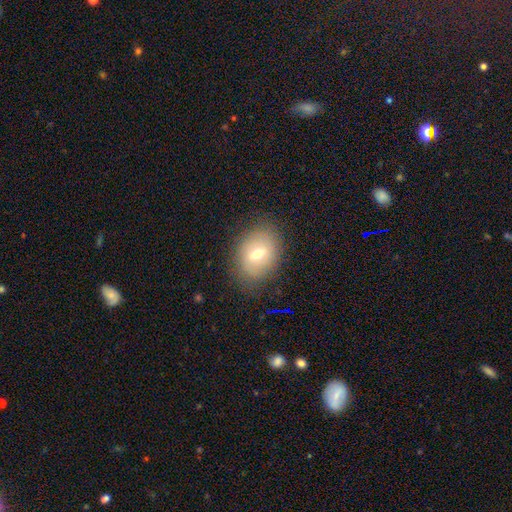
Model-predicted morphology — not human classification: Overall: smooth (55%; featured or disk 34%). How rounded: in between (70%). Merging: none (82%).